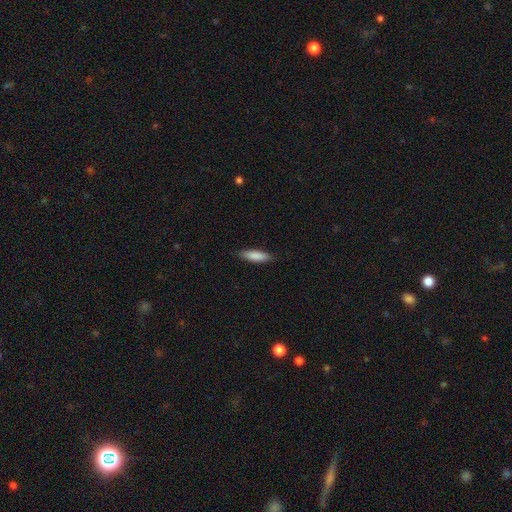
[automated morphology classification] smooth-or-featured: smooth: 87% | featured or disk: 8% | star or artifact: 6%
  how-rounded: cigar-shaped: 58% | in between: 41% | round: 1%
  merging: none: 87% | minor disturbance: 10% | major disturbance: 2% | merger: 1%